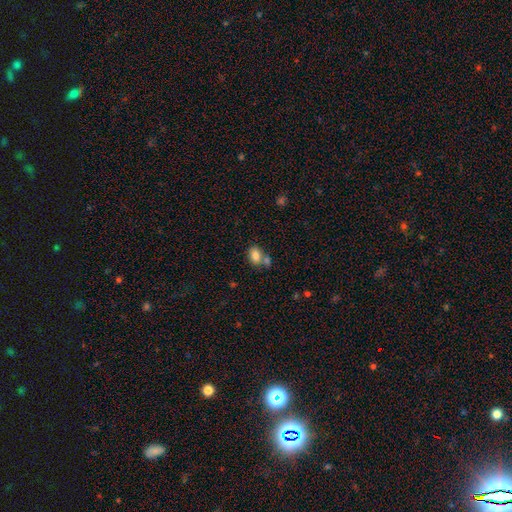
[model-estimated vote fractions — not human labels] Smooth or featured?
  - smooth: 82% *
  - star or artifact: 9%
  - featured or disk: 9%
How rounded?
  - in between: 79% *
  - round: 19%
  - cigar-shaped: 1%
Merging?
  - none: 48% *
  - merger: 35%
  - minor disturbance: 12%
  - major disturbance: 4%